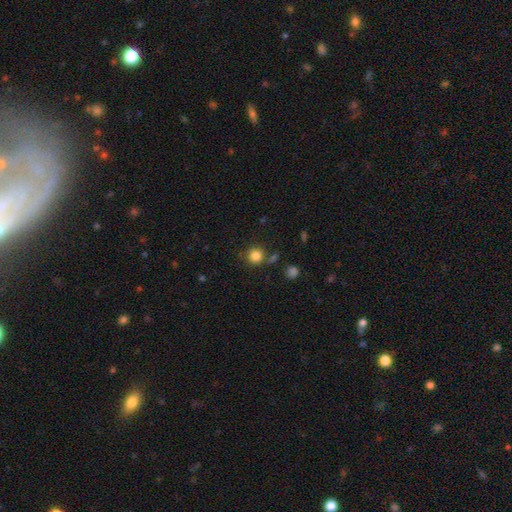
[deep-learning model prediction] Smooth or featured? smooth (83%)
How rounded? round (92%)
Merging? none (80%)